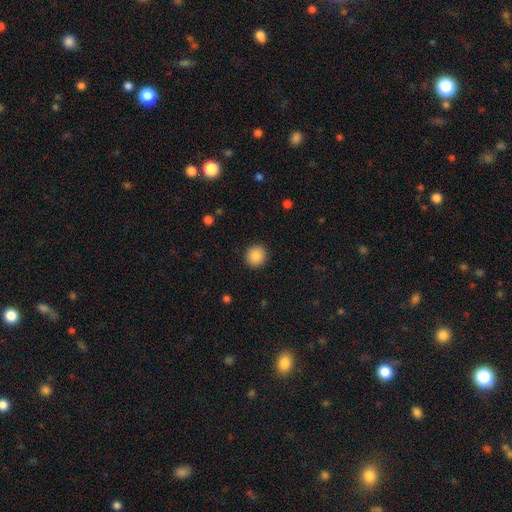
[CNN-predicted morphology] Smooth or featured? smooth (87%)
How rounded? round (90%)
Merging? none (91%)